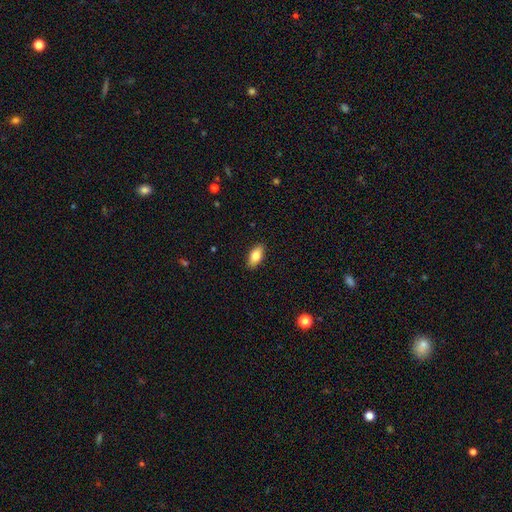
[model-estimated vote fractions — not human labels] The model was most divided on "smooth or featured": smooth: 80%, featured or disk: 14%, star or artifact: 7%. More confident: merging — none (89%); how rounded — in between (89%).